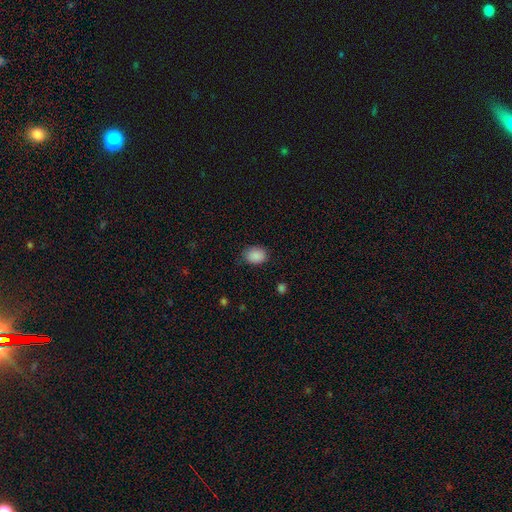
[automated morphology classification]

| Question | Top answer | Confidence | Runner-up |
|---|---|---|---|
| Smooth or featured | smooth | 89% | star or artifact (8%) |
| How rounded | in between | 67% | round (32%) |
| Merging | none | 81% | minor disturbance (14%) |